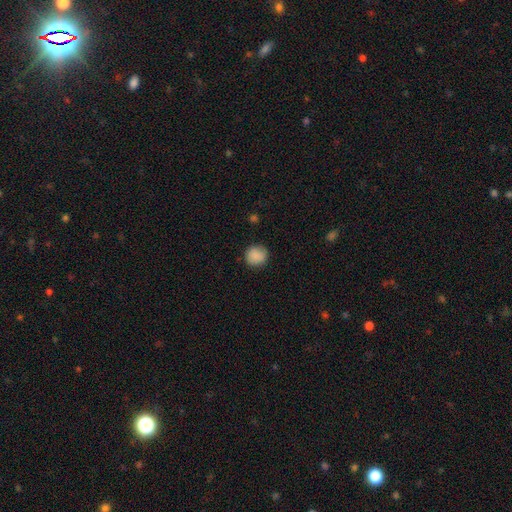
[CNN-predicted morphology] Smooth or featured?
  - smooth: 88% *
  - star or artifact: 8%
  - featured or disk: 4%
How rounded?
  - round: 90% *
  - in between: 9%
  - cigar-shaped: 1%
Merging?
  - none: 86% *
  - minor disturbance: 10%
  - major disturbance: 3%
  - merger: 1%